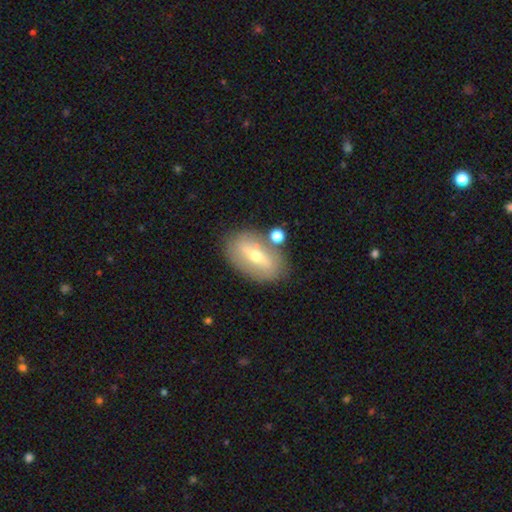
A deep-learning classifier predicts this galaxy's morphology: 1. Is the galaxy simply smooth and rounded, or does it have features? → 56% featured or disk, 36% smooth, 8% star or artifact.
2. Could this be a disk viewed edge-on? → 81% no, 19% yes.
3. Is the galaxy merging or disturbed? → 75% none, 13% minor disturbance, 8% merger, 4% major disturbance.